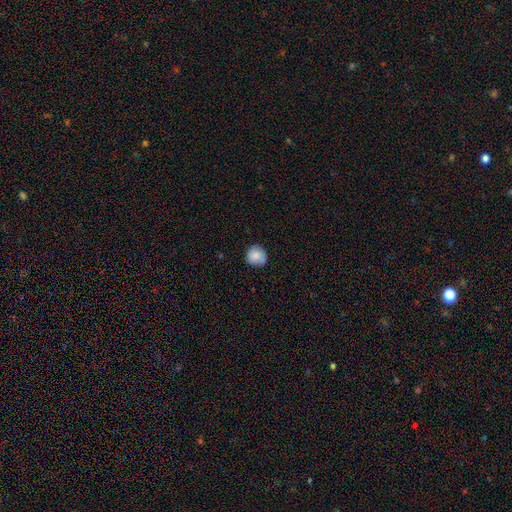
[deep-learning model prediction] A smooth galaxy with no disk features (83%) that is round (89%).

Vote fractions:
- Smooth or featured? smooth: 83% / featured or disk: 9% / star or artifact: 8%
- How rounded? round: 89% / in between: 10% / cigar-shaped: 1%
- Merging? none: 76% / minor disturbance: 19% / major disturbance: 3% / merger: 2%